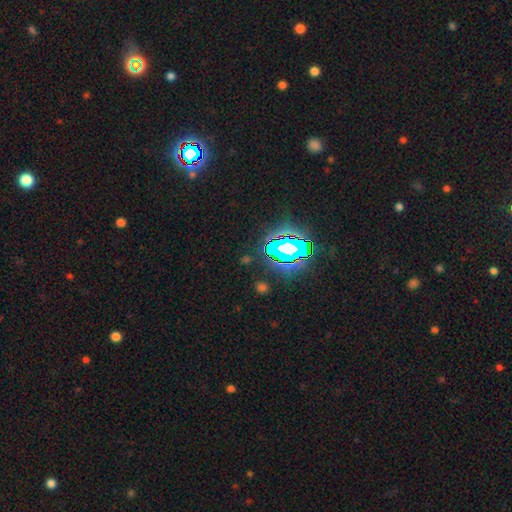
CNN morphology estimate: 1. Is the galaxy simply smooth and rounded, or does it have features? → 82% star or artifact, 11% smooth, 7% featured or disk.